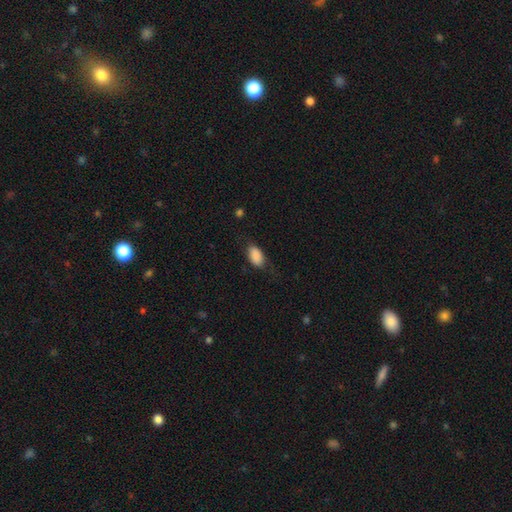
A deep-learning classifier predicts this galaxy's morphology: Q: Smooth or featured?
A: smooth (88%); runner-up: star or artifact (7%)
Q: How rounded?
A: in between (92%); runner-up: round (5%)
Q: Merging?
A: none (66%); runner-up: minor disturbance (23%)